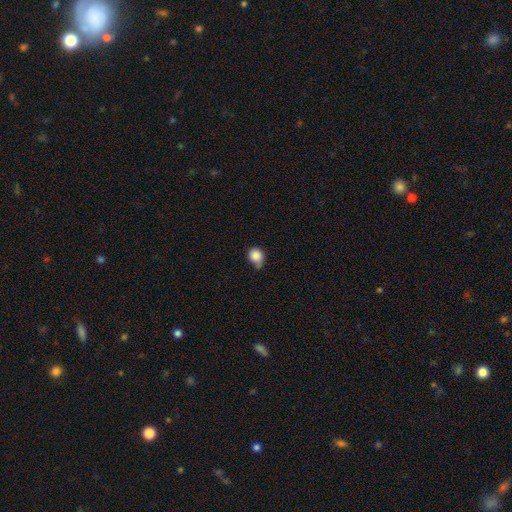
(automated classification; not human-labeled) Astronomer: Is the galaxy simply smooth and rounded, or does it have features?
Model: smooth — 86%.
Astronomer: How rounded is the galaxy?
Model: round — 73%.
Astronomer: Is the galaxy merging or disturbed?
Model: none — 52% (runner-up: minor disturbance, 35%).